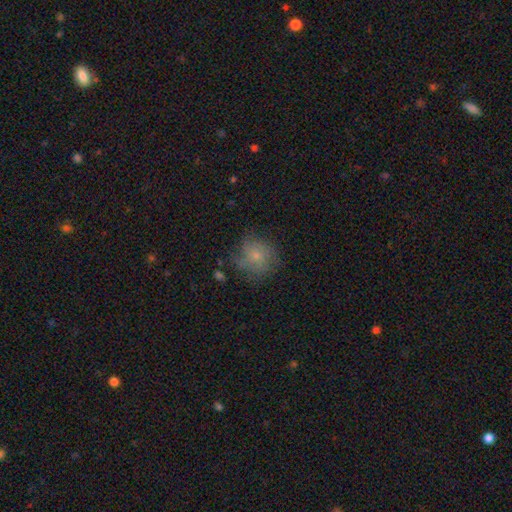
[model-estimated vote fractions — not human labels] smooth_or_featured: smooth (p=0.63) [alt: featured or disk p=0.25]
how_rounded: round (p=0.87) [alt: in between p=0.12]
merging: none (p=0.68) [alt: minor disturbance p=0.21]